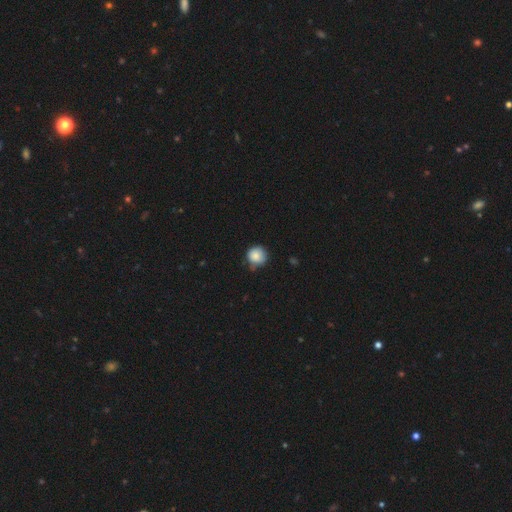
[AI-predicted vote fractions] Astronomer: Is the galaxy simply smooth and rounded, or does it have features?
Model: smooth — 85%.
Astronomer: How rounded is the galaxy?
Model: round — 92%.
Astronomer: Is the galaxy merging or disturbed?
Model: none — 69%.